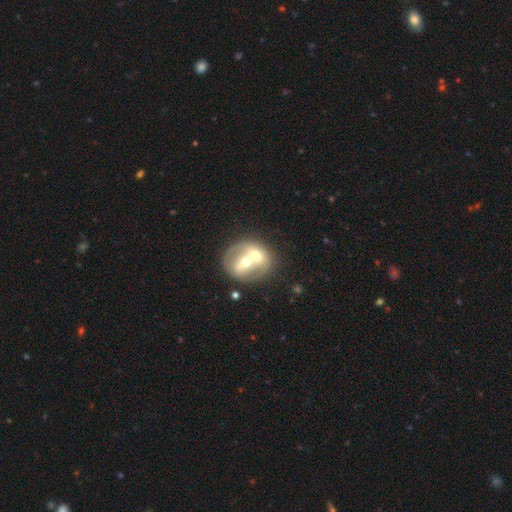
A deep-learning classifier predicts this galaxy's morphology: A featured or disk galaxy (48%). Merging: merger (66%).